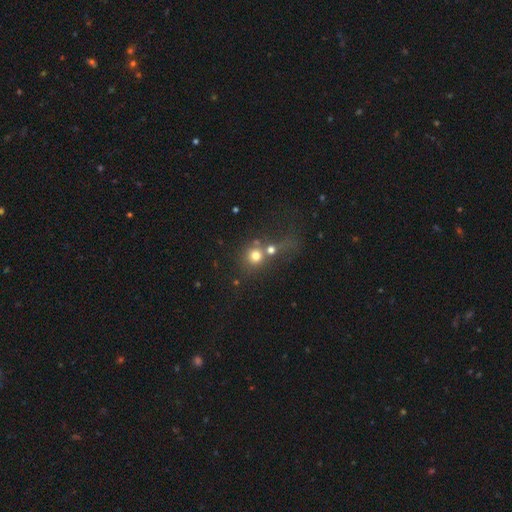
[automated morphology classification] Smooth or featured? smooth (70%)
How rounded? round (87%)
Merging? none (42%)